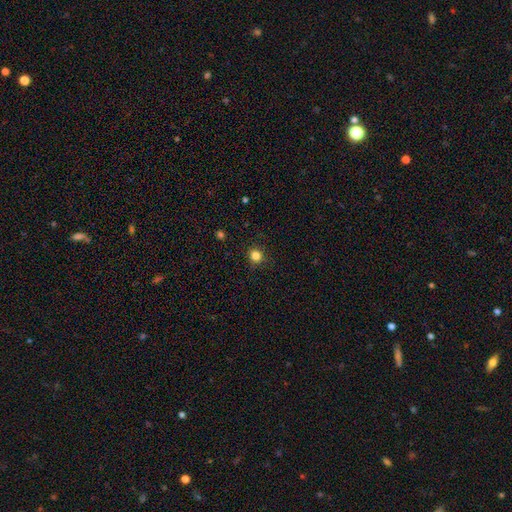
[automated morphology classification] Smooth or featured: smooth — 83% (star or artifact — 13%)
How rounded: round — 92% (in between — 7%)
Merging: none — 89% (minor disturbance — 8%)